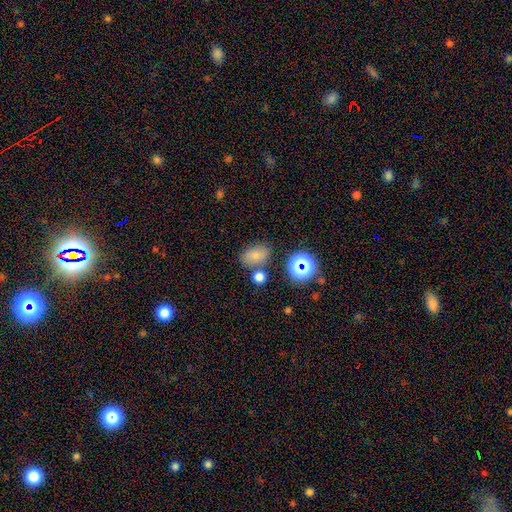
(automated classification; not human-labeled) This appears to be a smooth galaxy with no disk features (74%) that is in between round and cigar-shaped (79%). Merging: none (70%).